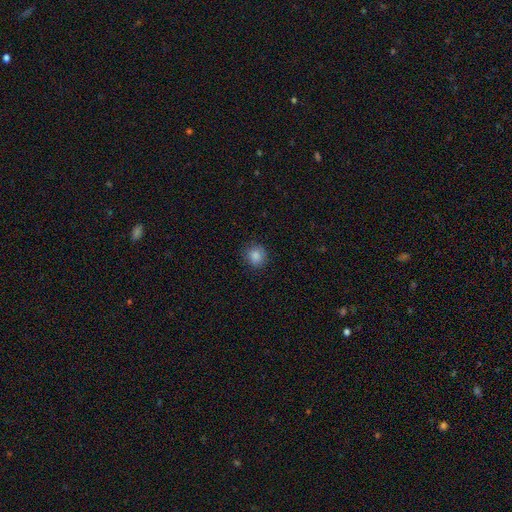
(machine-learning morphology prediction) Smooth or featured? smooth (85%)
How rounded? round (88%)
Merging? none (86%)